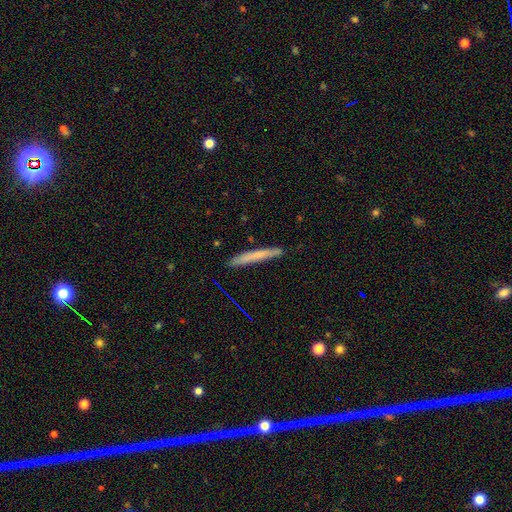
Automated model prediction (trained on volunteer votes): Smooth or featured? smooth (64%)
How rounded? cigar-shaped (97%)
Merging? none (84%)